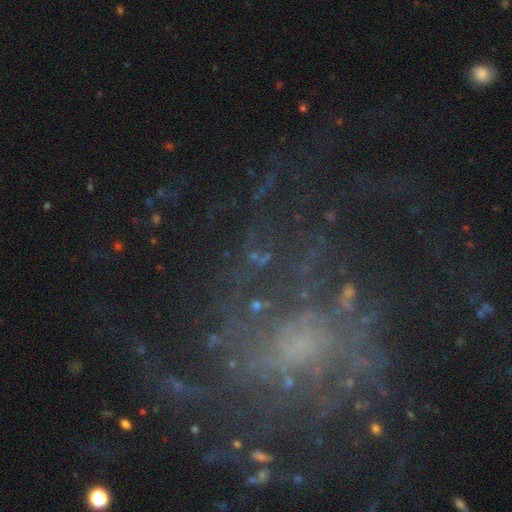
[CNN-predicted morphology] smooth-or-featured: featured or disk: 61% | star or artifact: 26% | smooth: 14%
  disk-edge-on: no: 97% | yes: 3%
    bar: no: 68% | weak: 22% | strong: 9%
    has-spiral-arms: yes: 78% | no: 22%
    bulge-size: small: 48% | none: 28% | moderate: 17% | large: 4% | dominant: 2%
  merging: none: 60% | major disturbance: 20% | minor disturbance: 16% | merger: 4%